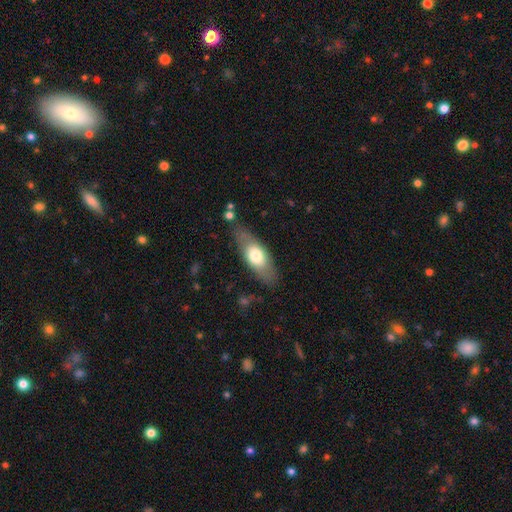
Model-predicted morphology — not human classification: A smooth galaxy with no disk features (61%) that is in between round and cigar-shaped (71%). Merging: none (74%).